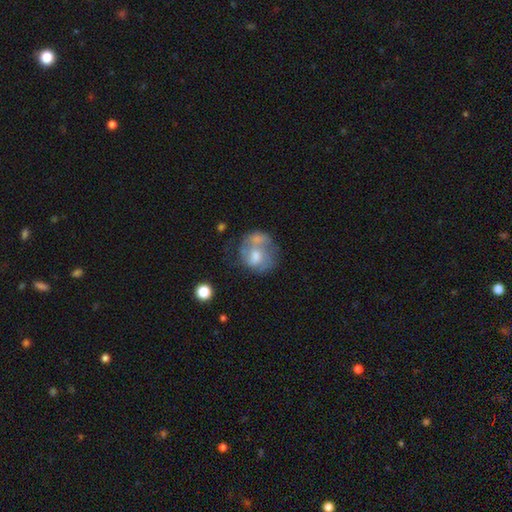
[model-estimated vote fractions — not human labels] A featured or disk galaxy (50%). Merging: merger (34%).